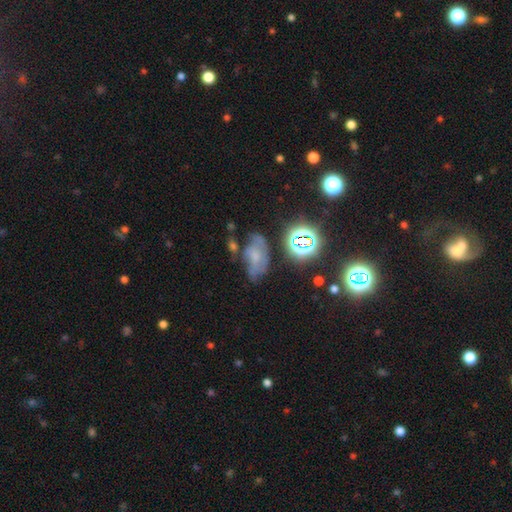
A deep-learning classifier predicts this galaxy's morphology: The model was most divided on "smooth or featured": smooth: 38%, featured or disk: 36%, star or artifact: 25%. Remaining: merging — none (49%).